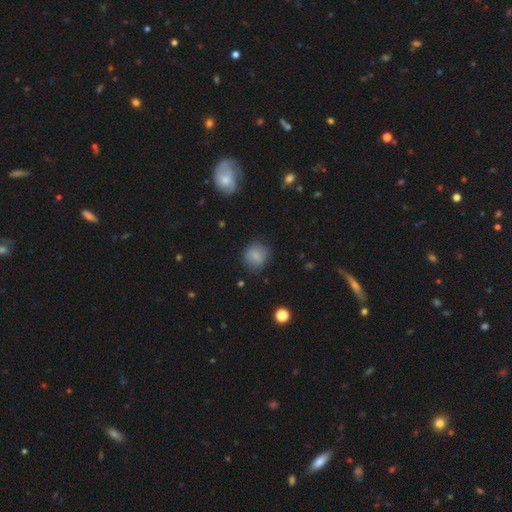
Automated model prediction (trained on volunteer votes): This is clearly a smooth galaxy (81%). How rounded: clearly round (80%). Merging: likely none (78%).